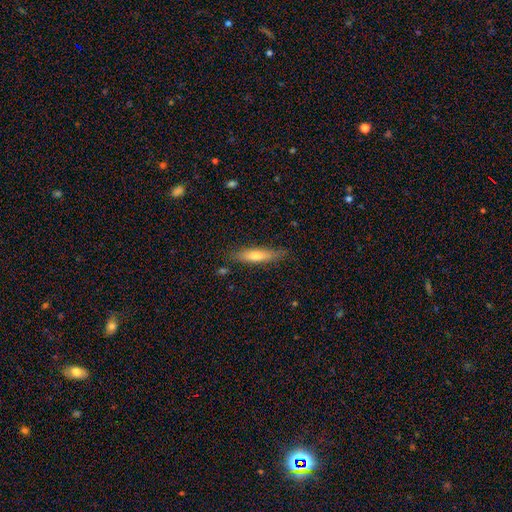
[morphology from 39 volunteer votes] smooth-or-featured: smooth: 64% | featured or disk: 36% | star or artifact: 0%
  how-rounded: cigar-shaped: 68% | in between: 24% | round: 8%
  merging: none: 95% | minor disturbance: 3% | major disturbance: 3% | merger: 0%